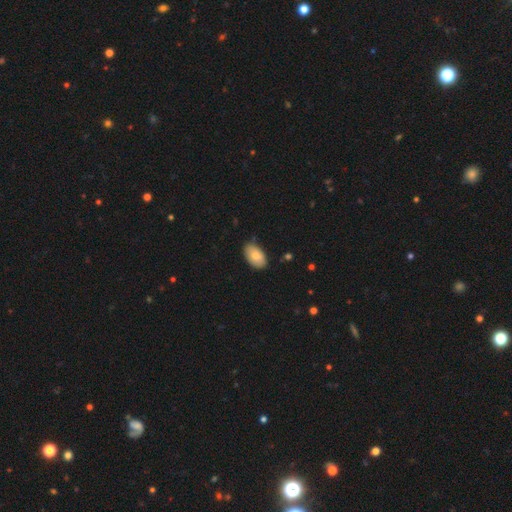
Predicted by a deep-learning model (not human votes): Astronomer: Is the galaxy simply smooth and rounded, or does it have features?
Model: smooth — 82%.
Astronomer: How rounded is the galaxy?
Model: in between — 94%.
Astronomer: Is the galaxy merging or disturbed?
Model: none — 79%.